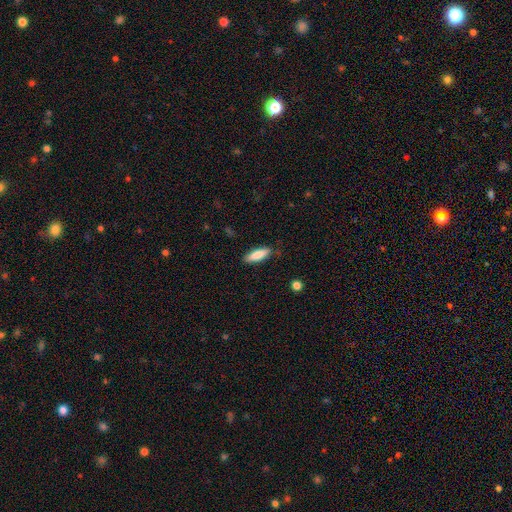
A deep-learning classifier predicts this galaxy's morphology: The model was most divided on "how rounded": in between: 57%, cigar-shaped: 42%, round: 2%. More confident: smooth or featured — smooth (83%); merging — none (81%).